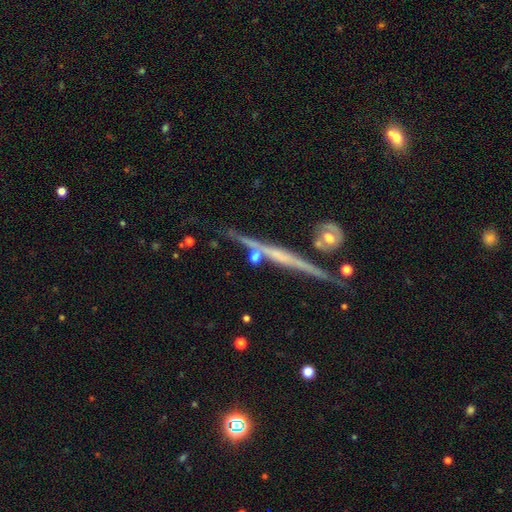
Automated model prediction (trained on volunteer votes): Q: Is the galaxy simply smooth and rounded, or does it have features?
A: featured or disk — 55%.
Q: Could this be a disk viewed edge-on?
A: yes — 91%.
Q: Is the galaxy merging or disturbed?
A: none — 67%.